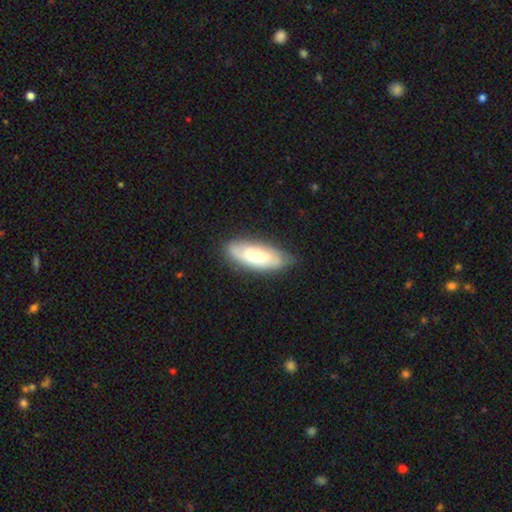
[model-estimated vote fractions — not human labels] smooth 53%, featured or disk 41%, star or artifact 6%. Down the decision tree: how rounded — in between (72%); merging — none (78%).